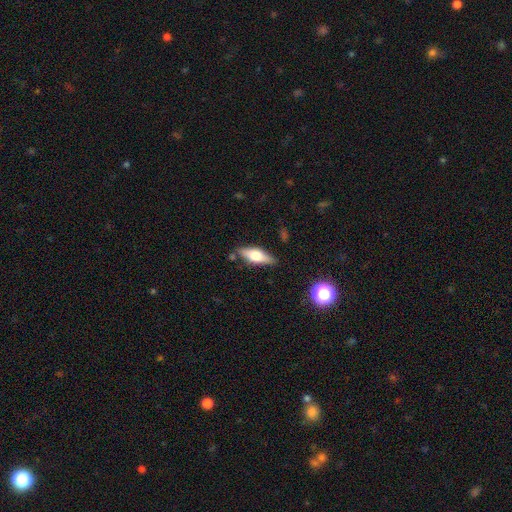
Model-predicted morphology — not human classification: This appears to be a smooth galaxy with no disk features (47%). Merging: none (81%).